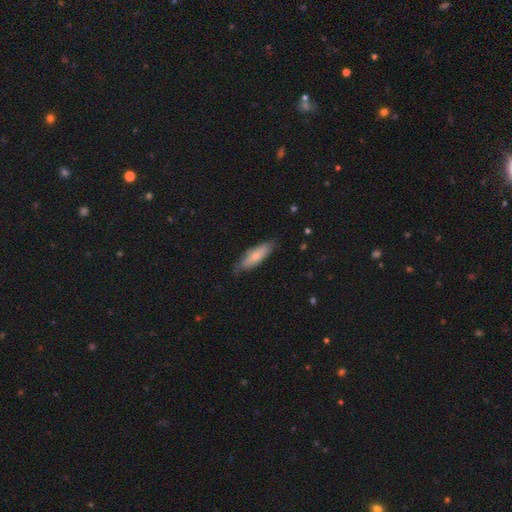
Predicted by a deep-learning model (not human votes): Morphology: type=smooth (70%); roundness=cigar-shaped (53%); merging=none (73%).